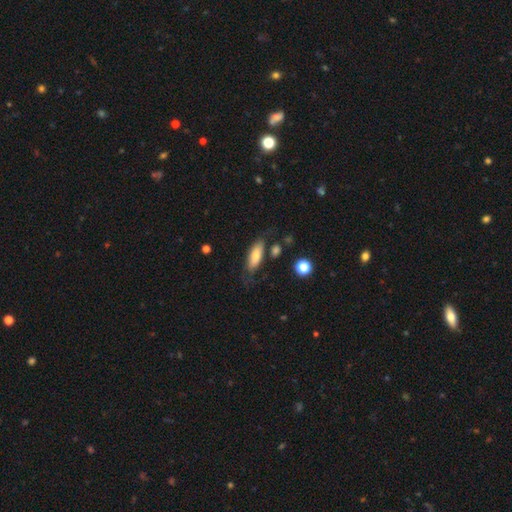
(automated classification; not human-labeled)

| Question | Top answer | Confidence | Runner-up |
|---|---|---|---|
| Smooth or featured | smooth | 73% | featured or disk (20%) |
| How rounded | in between | 67% | cigar-shaped (30%) |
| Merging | none | 63% | minor disturbance (22%) |